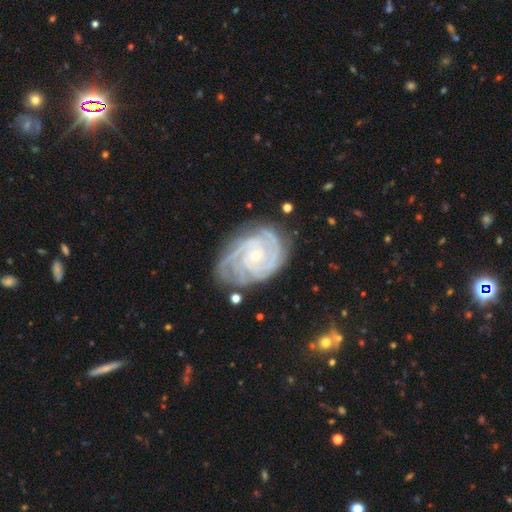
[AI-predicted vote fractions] smooth-or-featured: featured or disk: 90% | star or artifact: 6% | smooth: 4%
  disk-edge-on: no: 97% | yes: 3%
    bar: no: 74% | weak: 20% | strong: 6%
    has-spiral-arms: yes: 98% | no: 2%
      spiral-winding: tight: 78% | medium: 20% | loose: 3%
      spiral-arm-count: 3: 29% | 4: 28% | can't tell: 16% | 2: 12% | more than 4: 9% | 1: 6%
    bulge-size: small: 77% | moderate: 20% | none: 1% | large: 1% | dominant: 1%
  merging: none: 71% | minor disturbance: 20% | major disturbance: 7% | merger: 2%